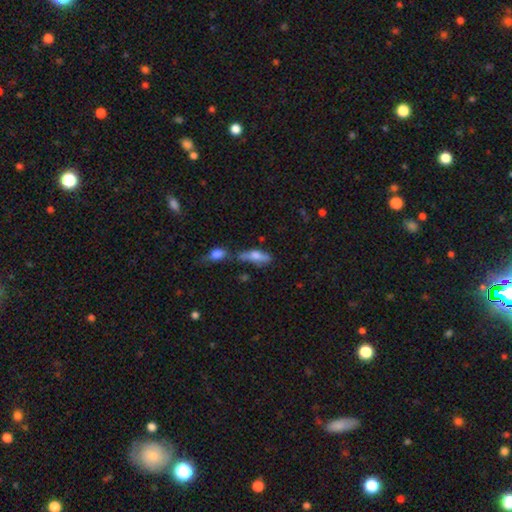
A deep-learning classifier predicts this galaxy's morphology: This appears to be a smooth galaxy with no disk features (60%) that is cigar-shaped (51%). Merging: none (45%).